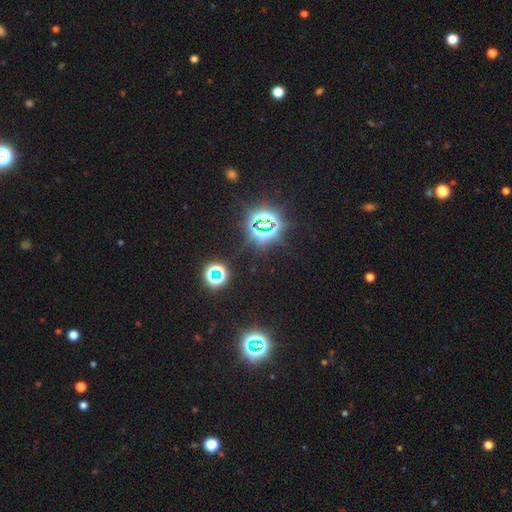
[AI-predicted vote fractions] This is clearly a star or artifact rather than a galaxy (80%).